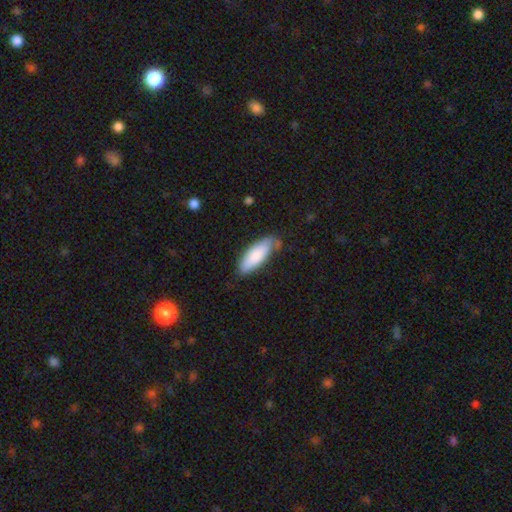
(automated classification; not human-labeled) Q: Smooth or featured?
A: smooth (83%); runner-up: featured or disk (12%)
Q: How rounded?
A: in between (67%); runner-up: cigar-shaped (31%)
Q: Merging?
A: none (69%); runner-up: minor disturbance (24%)